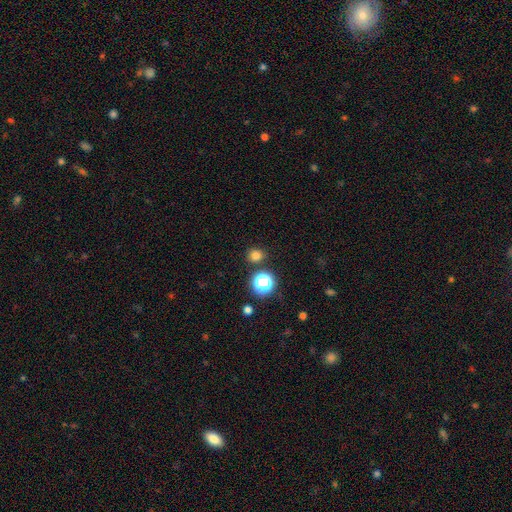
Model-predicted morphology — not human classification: This is likely a smooth galaxy (76%). How rounded: clearly round (86%). Merging: clearly none (86%).